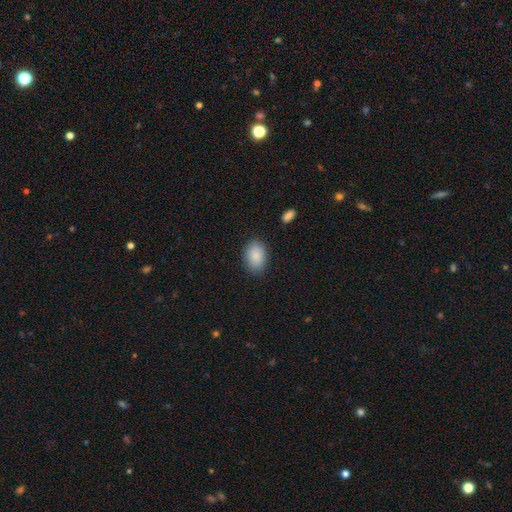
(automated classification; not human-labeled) This is clearly a smooth galaxy (88%). How rounded: clearly in between (85%). Merging: clearly none (84%).